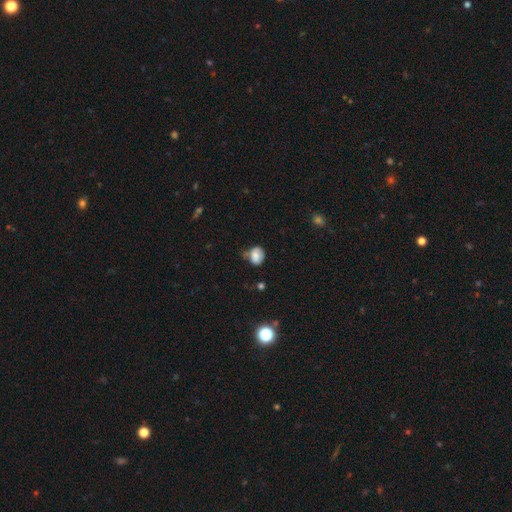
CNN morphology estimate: type=smooth (76%); roundness=round (52%); merging=none (48%).